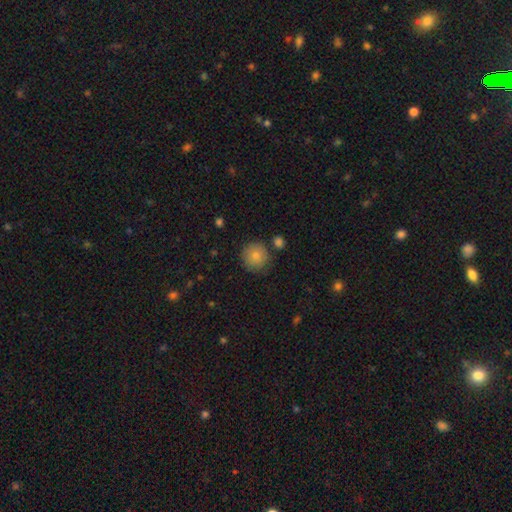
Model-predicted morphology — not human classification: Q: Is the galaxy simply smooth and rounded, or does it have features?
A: smooth — 84%.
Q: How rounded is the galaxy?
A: round — 93%.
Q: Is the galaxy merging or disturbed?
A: none — 80%.